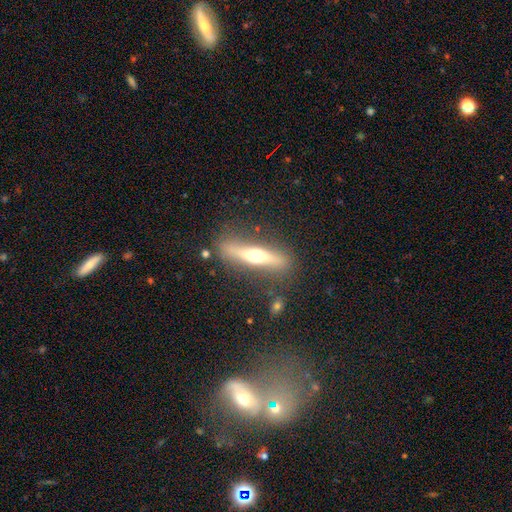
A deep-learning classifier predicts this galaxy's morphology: Q: Smooth or featured?
A: featured or disk (64%); runner-up: smooth (30%)
Q: Edge-on disk?
A: yes (90%); runner-up: no (10%)
Q: Edge-on bulge?
A: rounded (93%); runner-up: none (4%)
Q: Merging?
A: none (81%); runner-up: minor disturbance (11%)